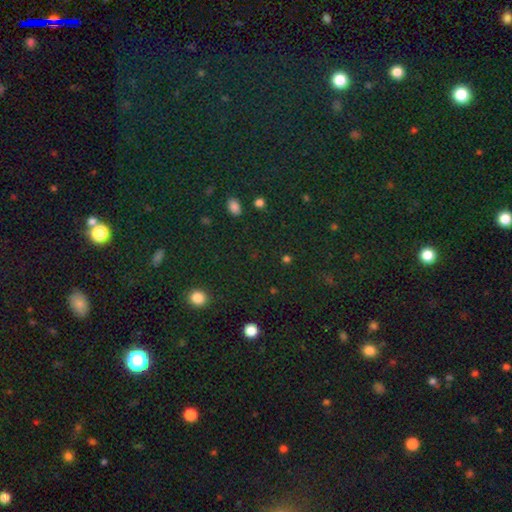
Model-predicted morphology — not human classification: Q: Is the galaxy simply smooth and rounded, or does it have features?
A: star or artifact — 70%.